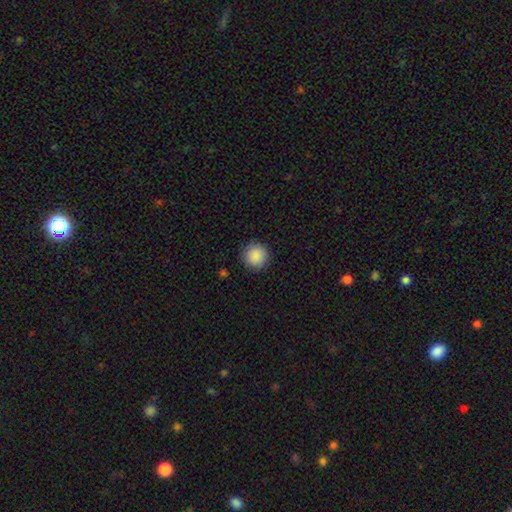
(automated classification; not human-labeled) Smooth or featured: smooth — 89% (star or artifact — 8%)
How rounded: round — 95% (in between — 4%)
Merging: none — 91% (minor disturbance — 6%)